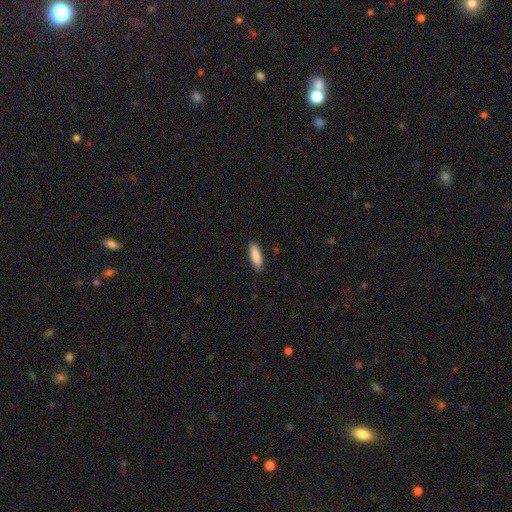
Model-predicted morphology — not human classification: A smooth galaxy with no disk features (89%) that is in between round and cigar-shaped (53%).

Vote fractions:
- Smooth or featured? smooth: 89% / featured or disk: 6% / star or artifact: 6%
- How rounded? in between: 53% / cigar-shaped: 45% / round: 2%
- Merging? none: 89% / minor disturbance: 8% / major disturbance: 2% / merger: 1%